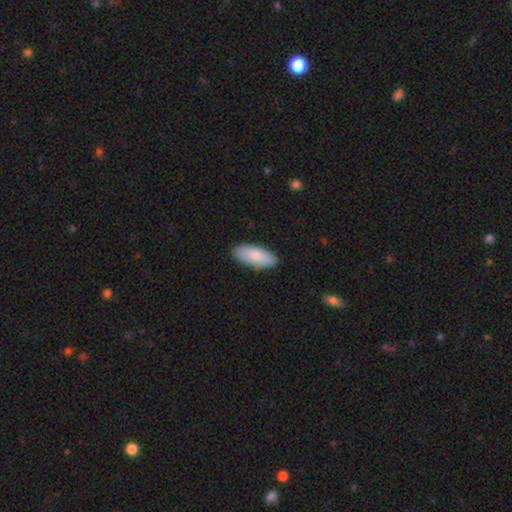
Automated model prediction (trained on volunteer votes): Overall: smooth (84%). How rounded: in between (84%). Merging: none (86%).